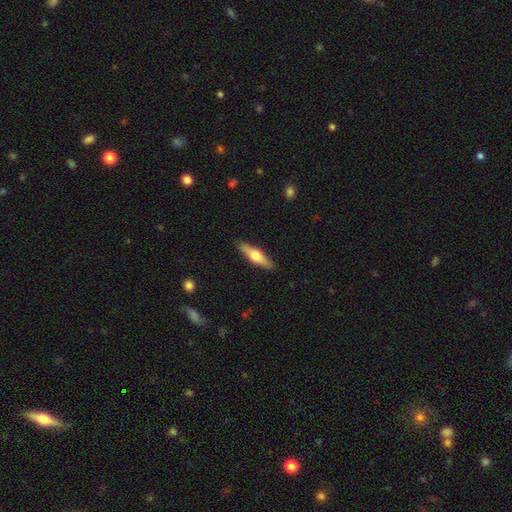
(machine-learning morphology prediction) Smooth or featured? Predicted: featured or disk (p=0.51). Edge-on disk? Predicted: yes (p=0.93). Merging? Predicted: none (p=0.90).